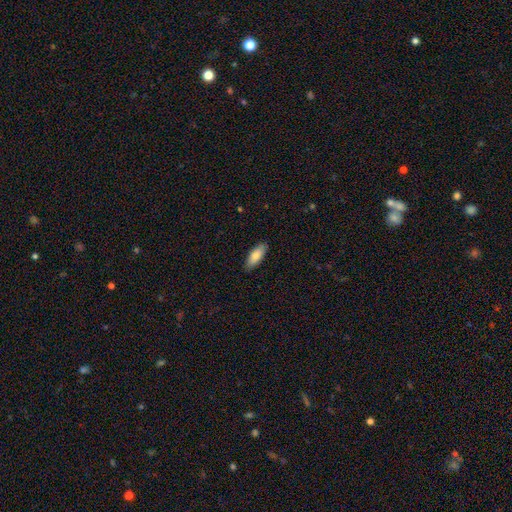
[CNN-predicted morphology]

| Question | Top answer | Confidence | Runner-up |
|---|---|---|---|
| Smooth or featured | smooth | 82% | featured or disk (12%) |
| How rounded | in between | 75% | cigar-shaped (24%) |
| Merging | none | 88% | minor disturbance (10%) |